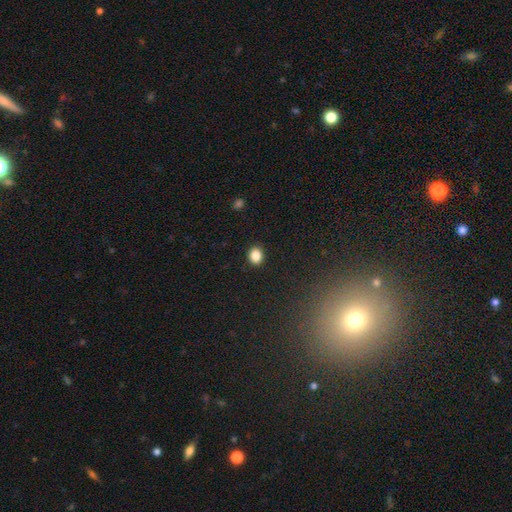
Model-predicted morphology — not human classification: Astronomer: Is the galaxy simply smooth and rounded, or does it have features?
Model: smooth — 86%.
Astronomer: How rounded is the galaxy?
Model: round — 58% (runner-up: in between, 42%).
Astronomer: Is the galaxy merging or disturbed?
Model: none — 91%.